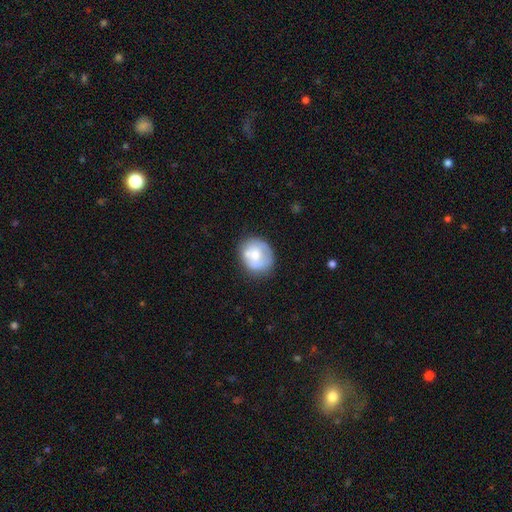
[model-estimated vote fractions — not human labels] Smooth or featured? Predicted: smooth (p=0.59). How rounded? Predicted: round (p=0.71). Merging? Predicted: none (p=0.58).